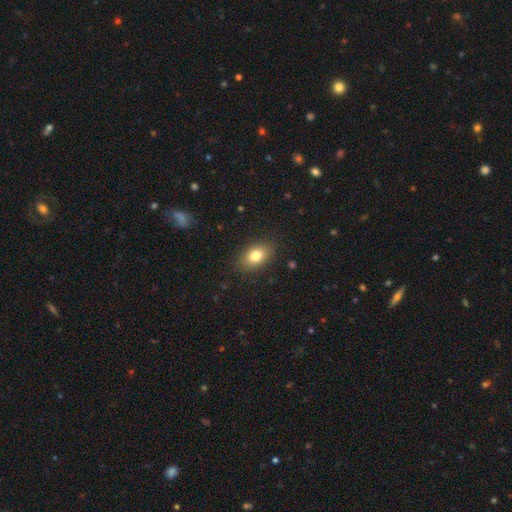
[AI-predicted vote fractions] The model was most divided on "how rounded": in between: 83%, round: 15%, cigar-shaped: 2%. More confident: merging — none (86%); smooth or featured — smooth (80%).